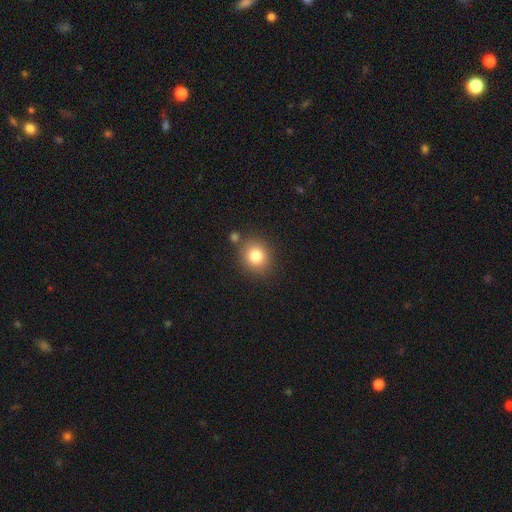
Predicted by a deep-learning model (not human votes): Smooth or featured? smooth (81%)
How rounded? round (78%)
Merging? none (78%)